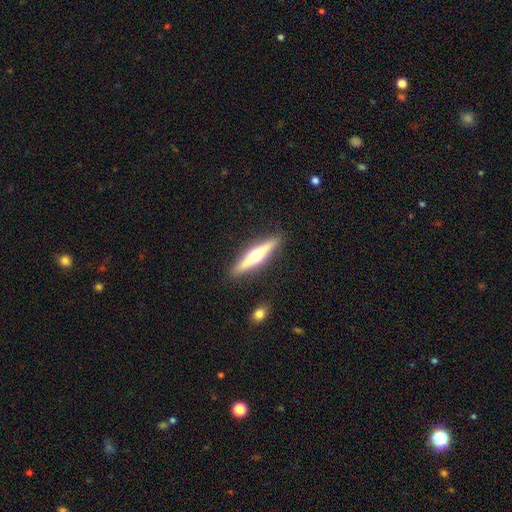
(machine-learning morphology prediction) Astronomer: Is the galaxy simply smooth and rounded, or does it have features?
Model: featured or disk — 58% (runner-up: smooth, 36%).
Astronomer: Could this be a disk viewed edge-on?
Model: yes — 95%.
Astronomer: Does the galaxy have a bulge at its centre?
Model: rounded — 91%.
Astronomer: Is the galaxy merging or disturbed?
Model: none — 89%.